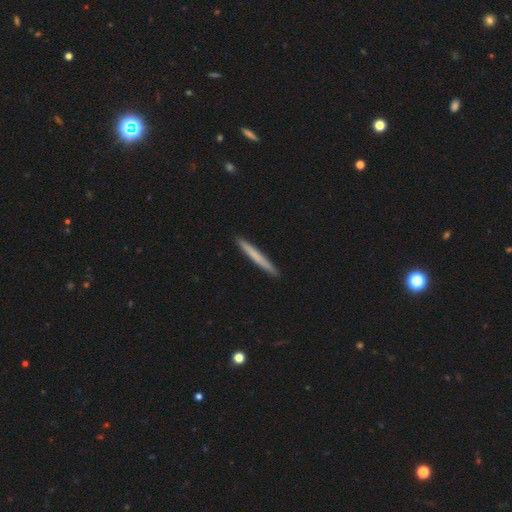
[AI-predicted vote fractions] This appears to be a smooth galaxy with no disk features (67%) that is cigar-shaped (97%). Merging: none (92%).